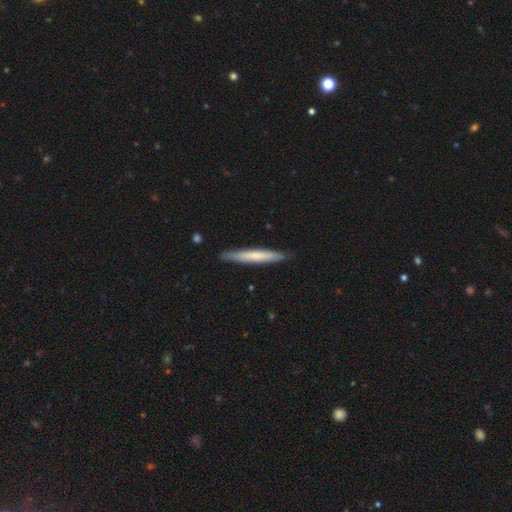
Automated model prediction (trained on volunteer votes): Smooth or featured? Predicted: smooth (p=0.64). How rounded? Predicted: cigar-shaped (p=0.95). Merging? Predicted: none (p=0.89).